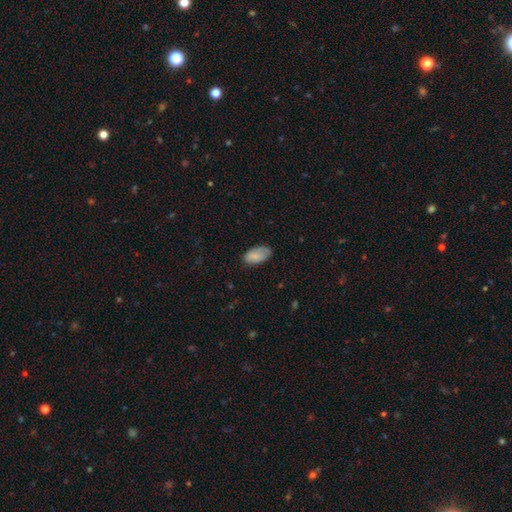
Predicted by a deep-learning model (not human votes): A smooth galaxy with no disk features (80%) that is in between round and cigar-shaped (94%). Merging: none (63%).